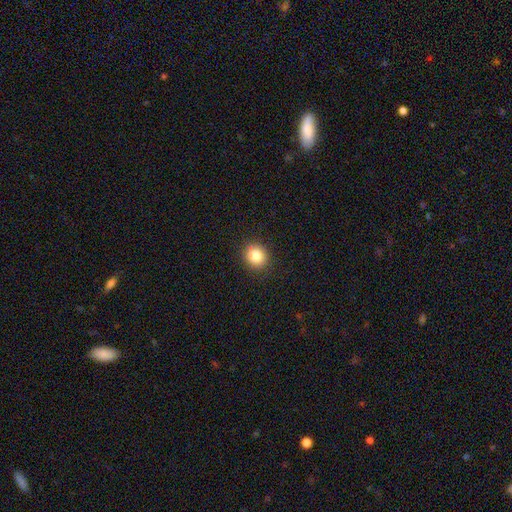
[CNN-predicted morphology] Smooth or featured: smooth — 84% (star or artifact — 10%)
How rounded: round — 79% (in between — 20%)
Merging: none — 90% (minor disturbance — 7%)